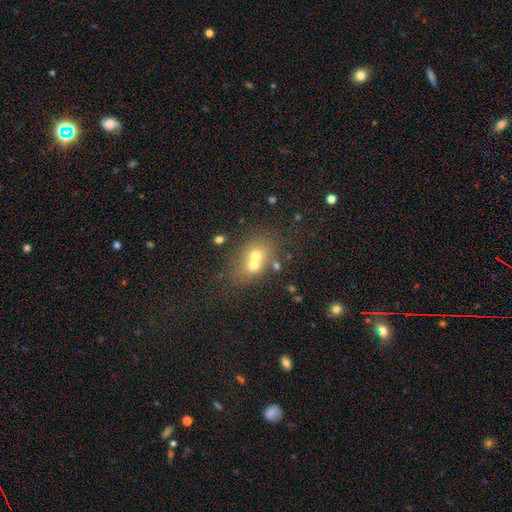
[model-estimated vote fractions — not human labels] smooth-or-featured: smooth: 60% | featured or disk: 25% | star or artifact: 15%
  how-rounded: round: 54% | in between: 45% | cigar-shaped: 1%
  merging: merger: 57% | none: 32% | minor disturbance: 7% | major disturbance: 4%